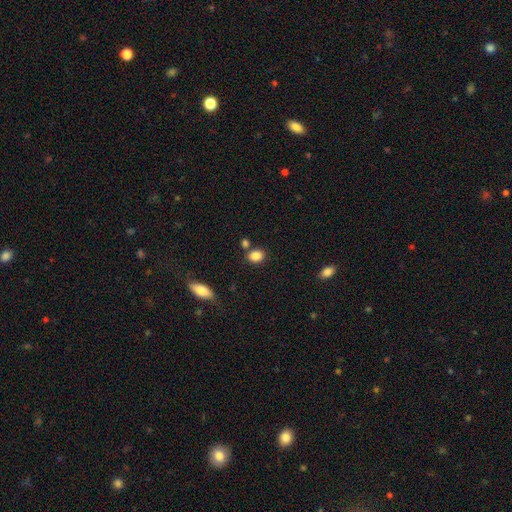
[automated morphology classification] This appears to be a smooth galaxy with no disk features (85%) that is in between round and cigar-shaped (65%). Merging: none (71%).